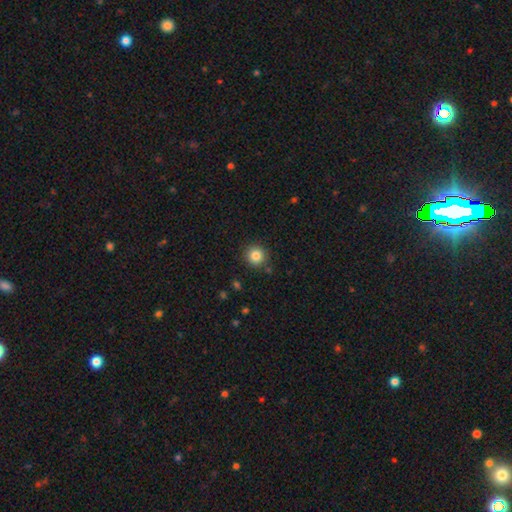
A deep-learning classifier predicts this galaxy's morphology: This is clearly a smooth galaxy (84%). How rounded: clearly round (94%). Merging: clearly none (88%).